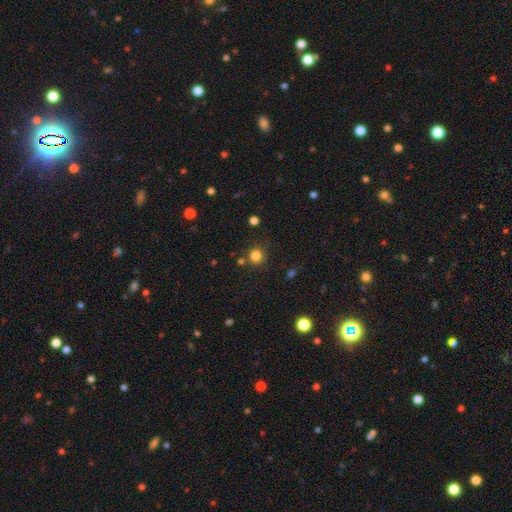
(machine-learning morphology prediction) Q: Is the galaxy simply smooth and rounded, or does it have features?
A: smooth — 81%.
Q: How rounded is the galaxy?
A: round — 92%.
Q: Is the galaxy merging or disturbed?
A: none — 80%.